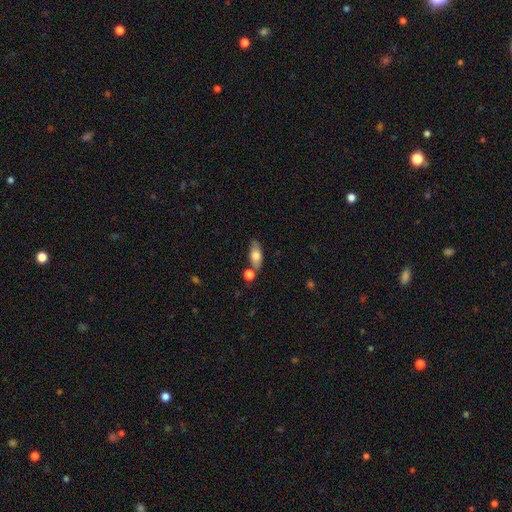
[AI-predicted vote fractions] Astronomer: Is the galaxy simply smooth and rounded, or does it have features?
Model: smooth — 74%.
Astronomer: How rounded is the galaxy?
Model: in between — 80%.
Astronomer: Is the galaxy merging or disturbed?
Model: none — 68%.